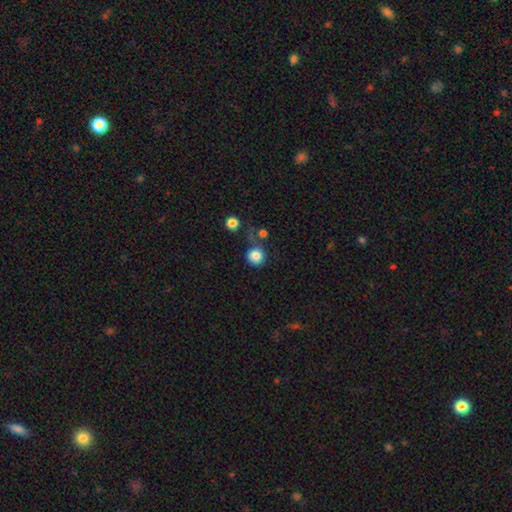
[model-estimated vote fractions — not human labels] Overall: smooth (84%). How rounded: round (91%). Merging: none (66%).